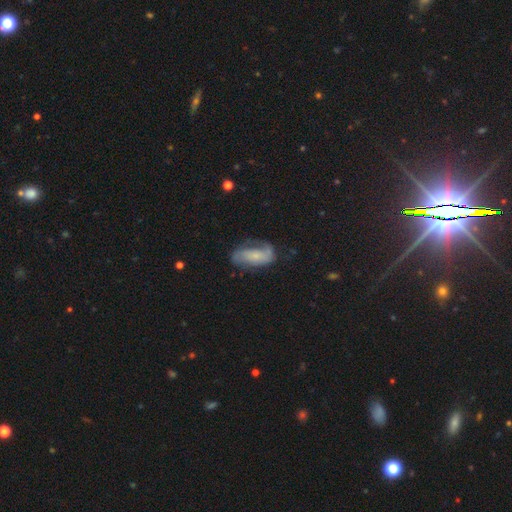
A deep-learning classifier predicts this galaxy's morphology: Smooth or featured?
  - featured or disk: 58% *
  - smooth: 34%
  - star or artifact: 8%
Edge-on disk?
  - no: 94% *
  - yes: 6%
Bar?
  - no: 62% *
  - weak: 26%
  - strong: 12%
Spiral arms?
  - yes: 85% *
  - no: 15%
Bulge size?
  - small: 62% *
  - moderate: 20%
  - none: 13%
  - large: 4%
  - dominant: 2%
Merging?
  - none: 50% *
  - minor disturbance: 26%
  - major disturbance: 21%
  - merger: 2%